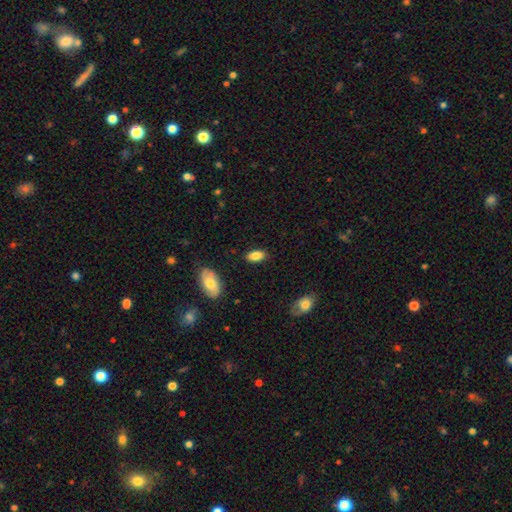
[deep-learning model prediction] This is clearly a smooth galaxy (84%). How rounded: clearly in between (91%). Merging: clearly none (85%).